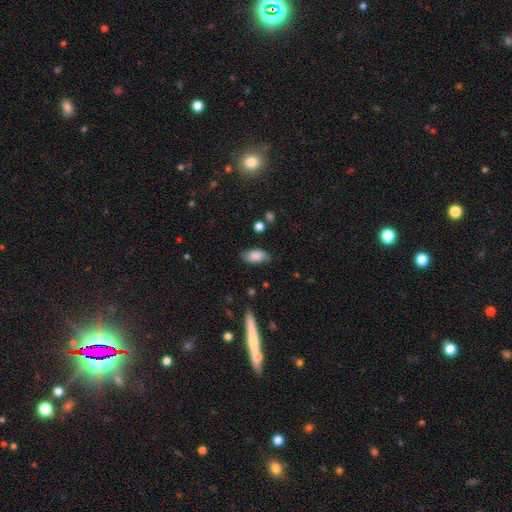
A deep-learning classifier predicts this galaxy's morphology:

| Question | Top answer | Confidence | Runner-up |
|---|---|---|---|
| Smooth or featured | smooth | 81% | featured or disk (11%) |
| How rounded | in between | 92% | cigar-shaped (4%) |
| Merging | none | 75% | minor disturbance (19%) |